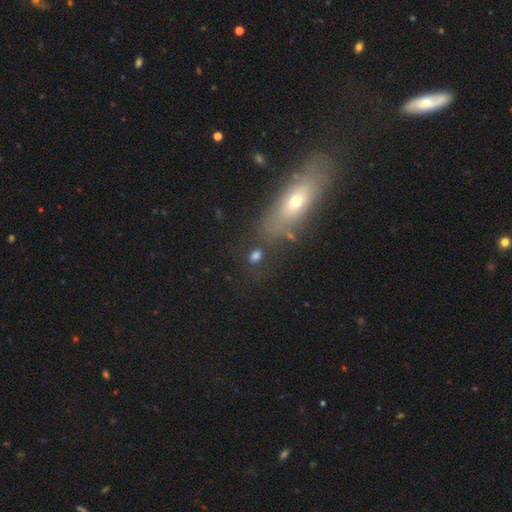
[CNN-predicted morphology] Smooth or featured: smooth — 67% (star or artifact — 18%)
How rounded: in between — 63% (round — 31%)
Merging: none — 61% (minor disturbance — 15%)